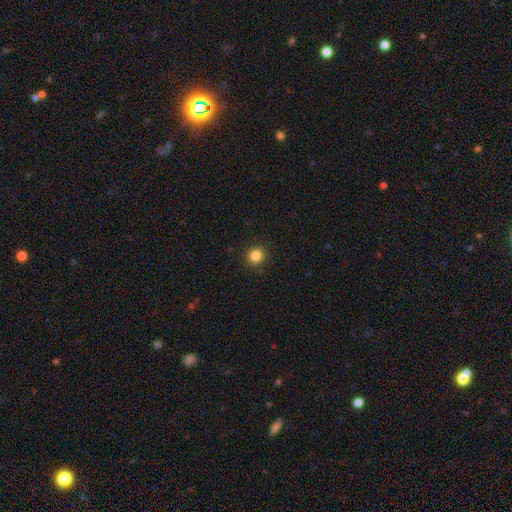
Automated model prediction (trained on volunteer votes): Smooth or featured: smooth — 84% (star or artifact — 12%)
How rounded: round — 91% (in between — 8%)
Merging: none — 91% (minor disturbance — 6%)